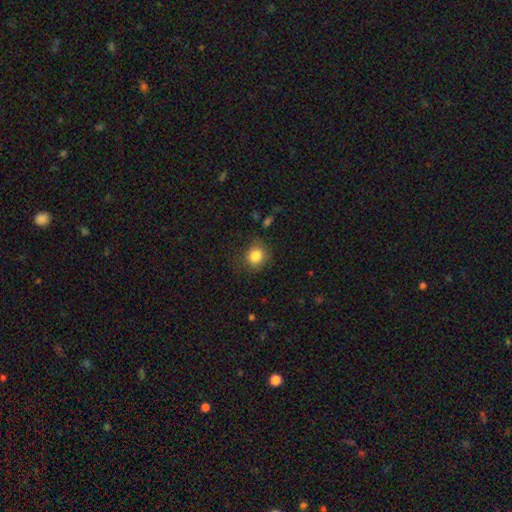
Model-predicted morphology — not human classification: Smooth or featured: smooth — 84% (star or artifact — 10%)
How rounded: round — 82% (in between — 17%)
Merging: none — 76% (minor disturbance — 17%)